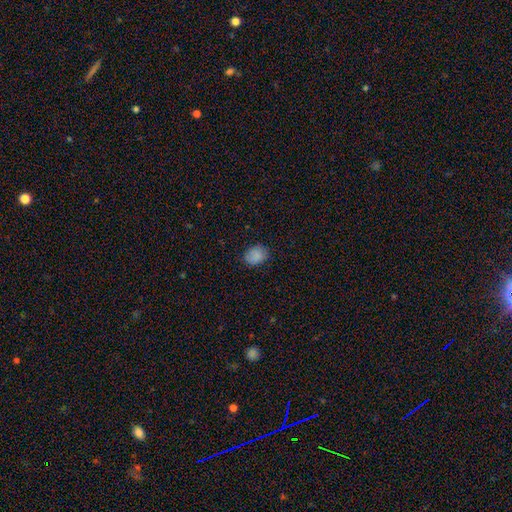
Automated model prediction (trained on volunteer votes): This appears to be a smooth galaxy with no disk features (85%) that is in between round and cigar-shaped (58%). Merging: none (81%).